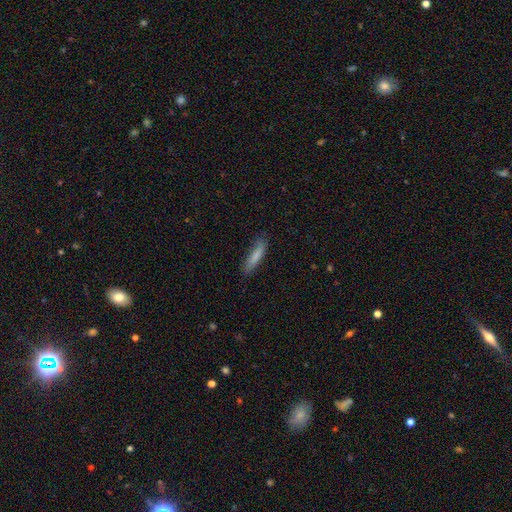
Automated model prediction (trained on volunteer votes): Smooth or featured: smooth — 82% (featured or disk — 12%)
How rounded: cigar-shaped — 83% (in between — 16%)
Merging: none — 80% (minor disturbance — 15%)